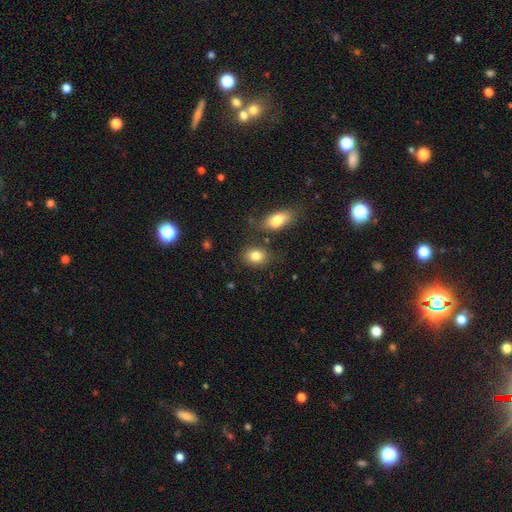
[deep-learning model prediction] Smooth or featured: smooth — 82% (star or artifact — 10%)
How rounded: in between — 61% (round — 38%)
Merging: none — 75% (minor disturbance — 12%)